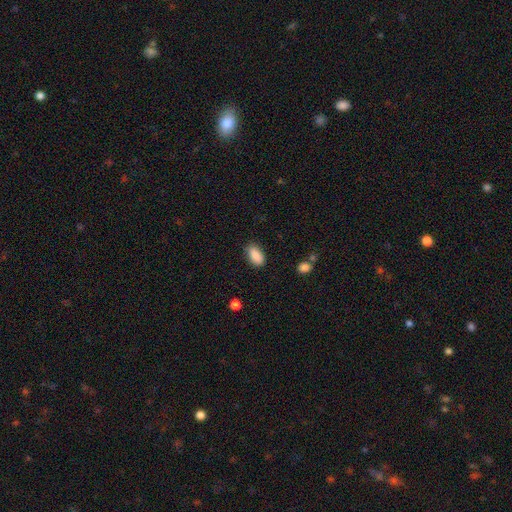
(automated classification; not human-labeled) Q: Smooth or featured?
A: smooth (89%); runner-up: star or artifact (7%)
Q: How rounded?
A: in between (93%); runner-up: cigar-shaped (4%)
Q: Merging?
A: none (82%); runner-up: minor disturbance (14%)